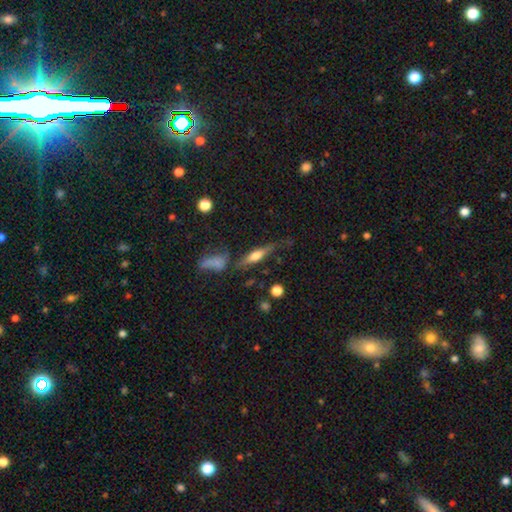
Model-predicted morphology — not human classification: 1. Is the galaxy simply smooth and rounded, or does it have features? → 51% featured or disk, 40% smooth, 8% star or artifact.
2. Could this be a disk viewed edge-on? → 87% yes, 13% no.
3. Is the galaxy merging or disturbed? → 62% none, 19% minor disturbance, 11% merger, 9% major disturbance.